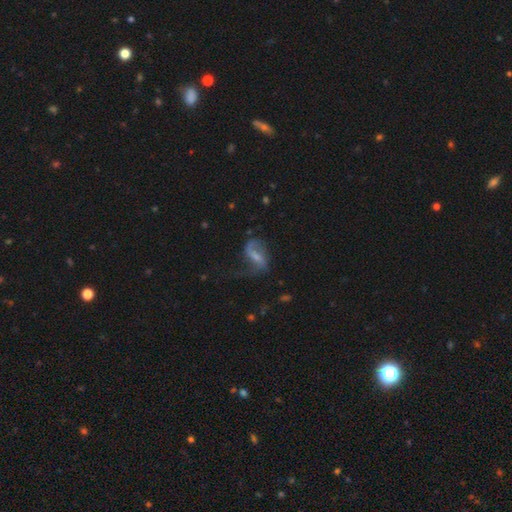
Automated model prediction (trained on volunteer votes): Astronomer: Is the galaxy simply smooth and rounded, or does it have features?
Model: featured or disk — 67%.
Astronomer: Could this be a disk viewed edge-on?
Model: no — 95%.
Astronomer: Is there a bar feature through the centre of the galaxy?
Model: weak — 45% (runner-up: strong, 32%).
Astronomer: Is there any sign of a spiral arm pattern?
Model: yes — 85%.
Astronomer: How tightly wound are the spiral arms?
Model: loose — 71%.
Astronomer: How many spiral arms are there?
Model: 2 — 68%.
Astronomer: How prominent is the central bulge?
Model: small — 39% (runner-up: moderate, 27%).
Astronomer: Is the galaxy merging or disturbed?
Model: none — 41% (runner-up: major disturbance, 33%).